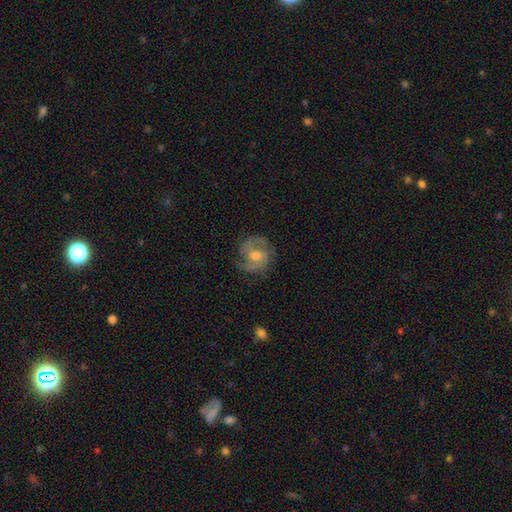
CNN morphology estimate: A featured or disk galaxy (77%) with no bar (53%), 2 (49%) medium (48%) spiral arms (93%) and a moderate central bulge (63%).

Vote fractions:
- Smooth or featured? featured or disk: 77% / smooth: 15% / star or artifact: 8%
- Edge-on disk? no: 97% / yes: 3%
- Bar? no: 53% / weak: 39% / strong: 8%
- Spiral arms? yes: 93% / no: 7%
- Spiral winding? medium: 48% / tight: 37% / loose: 15%
- Spiral arm count? 2: 49% / 3: 23% / can't tell: 16% / 4: 4% / 1: 4% / more than 4: 3%
- Bulge size? moderate: 63% / small: 28% / large: 5% / none: 3% / dominant: 1%
- Merging? none: 75% / minor disturbance: 16% / major disturbance: 8% / merger: 1%